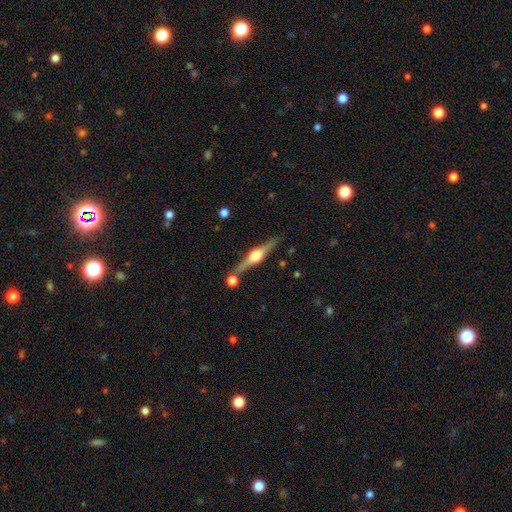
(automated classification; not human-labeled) A featured or disk galaxy (83%) viewed edge-on (98%) with a rounded central bulge (95%).

Vote fractions:
- Smooth or featured? featured or disk: 83% / smooth: 11% / star or artifact: 6%
- Edge-on disk? yes: 98% / no: 2%
- Edge-on bulge? rounded: 95% / boxy: 4% / none: 1%
- Merging? none: 81% / minor disturbance: 9% / merger: 7% / major disturbance: 2%